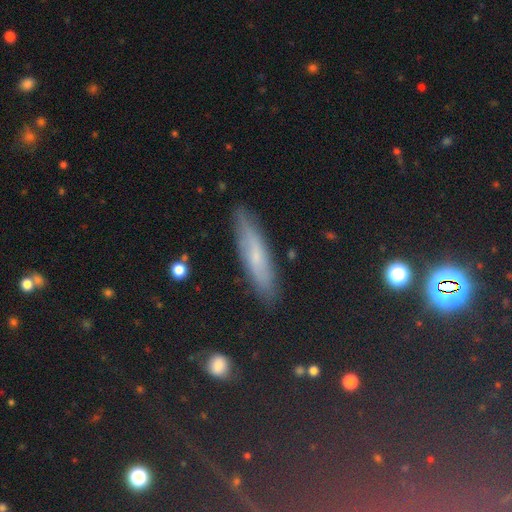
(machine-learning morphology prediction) A smooth galaxy with no disk features (52%) that is cigar-shaped (78%). Merging: none (84%).